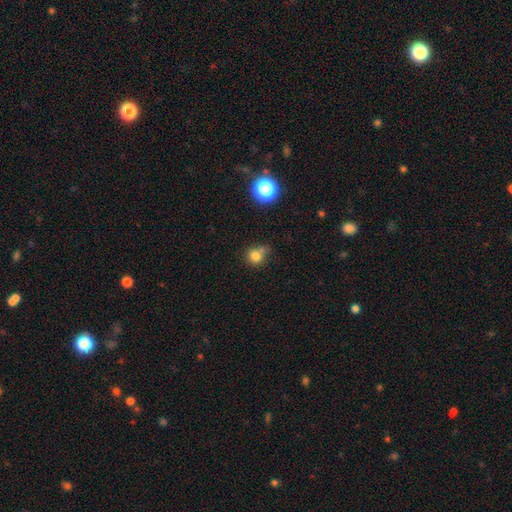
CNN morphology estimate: type=smooth (78%); roundness=round (84%); merging=none (53%).